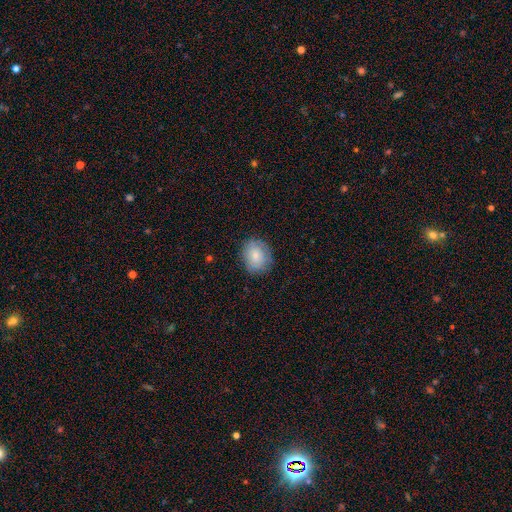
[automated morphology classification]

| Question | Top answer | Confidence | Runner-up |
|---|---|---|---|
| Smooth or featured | smooth | 80% | featured or disk (13%) |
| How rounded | round | 59% | in between (40%) |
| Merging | none | 80% | minor disturbance (15%) |